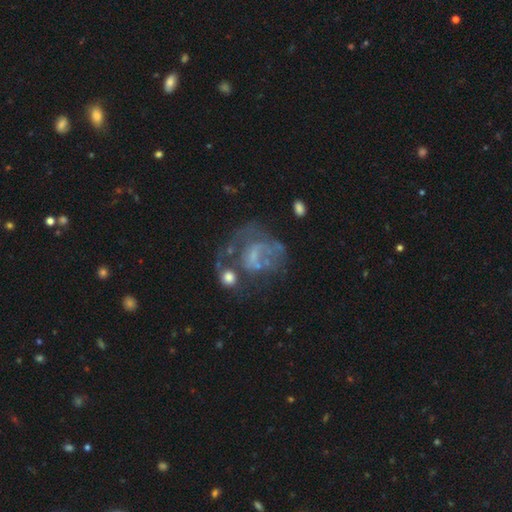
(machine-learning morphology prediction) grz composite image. It shows a featured or disk galaxy (63%) with no bar (71%), no spiral arms (59%) and no central bulge (53%). Merging: major disturbance (39%).